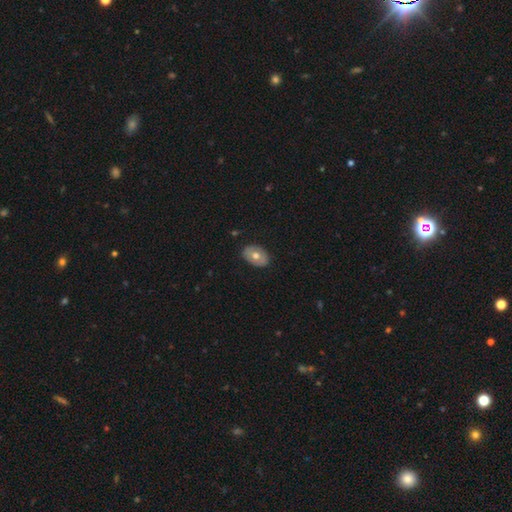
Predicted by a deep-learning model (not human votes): Smooth or featured: smooth — 58% (featured or disk — 36%)
How rounded: in between — 77% (round — 22%)
Merging: none — 84% (minor disturbance — 12%)